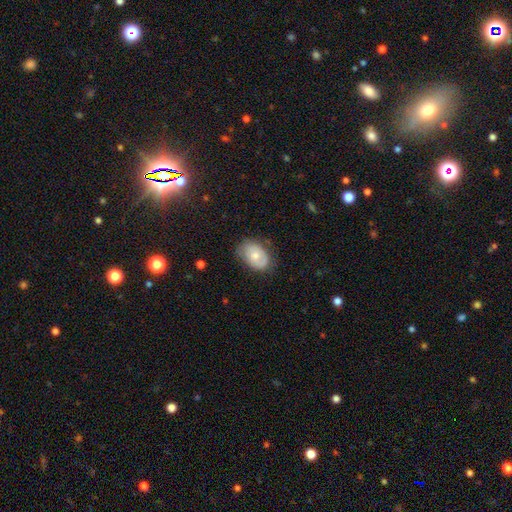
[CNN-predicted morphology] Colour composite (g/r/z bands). It shows a smooth galaxy with no disk features (65%) that is in between round and cigar-shaped (82%). Merging: none (66%).